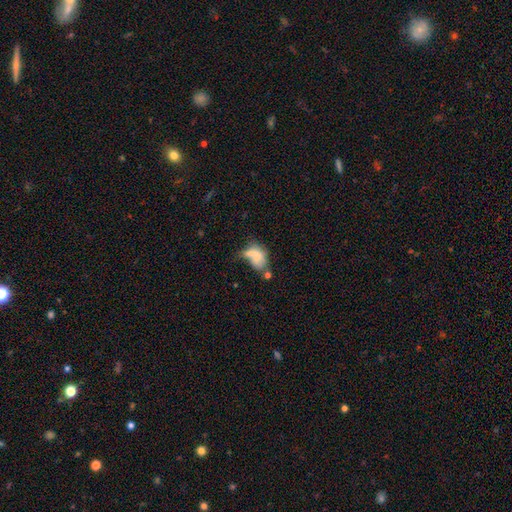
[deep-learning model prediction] smooth 63%, featured or disk 27%, star or artifact 10%. Down the decision tree: how rounded — in between (81%); merging — merger (40%).